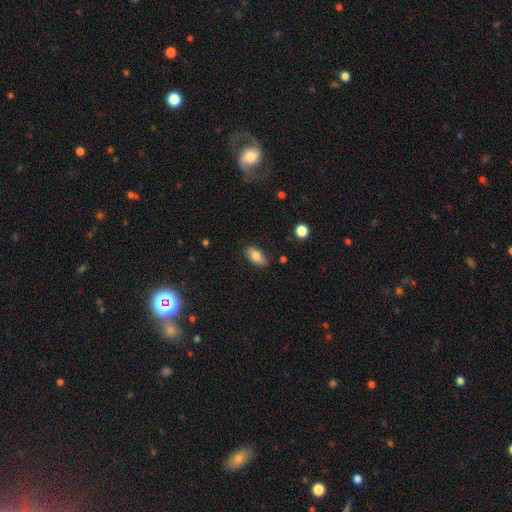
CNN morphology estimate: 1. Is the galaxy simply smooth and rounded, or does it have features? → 79% smooth, 14% featured or disk, 7% star or artifact.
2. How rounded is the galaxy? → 90% in between, 6% cigar-shaped, 4% round.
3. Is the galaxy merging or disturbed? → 84% none, 12% minor disturbance, 2% major disturbance, 2% merger.